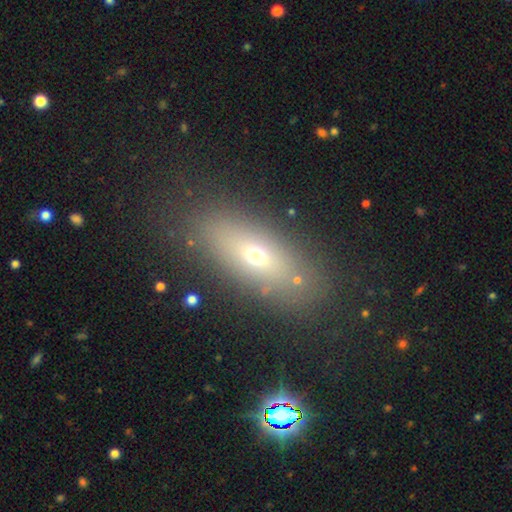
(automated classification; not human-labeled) A smooth galaxy with no disk features (59%) that is in between round and cigar-shaped (66%). Merging: none (80%).